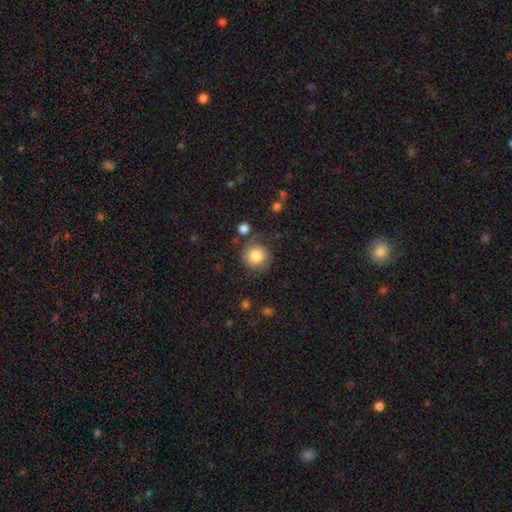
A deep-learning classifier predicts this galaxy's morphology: Smooth or featured: smooth — 79% (featured or disk — 12%)
How rounded: round — 91% (in between — 8%)
Merging: none — 71% (minor disturbance — 16%)